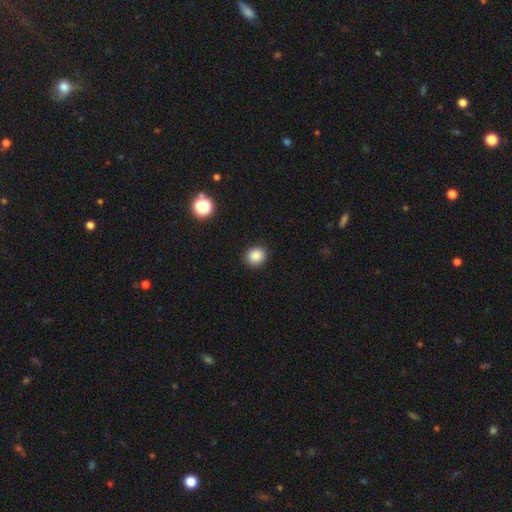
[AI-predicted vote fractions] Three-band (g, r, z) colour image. It shows a smooth galaxy with no disk features (86%) that is round (80%). Merging: none (91%).